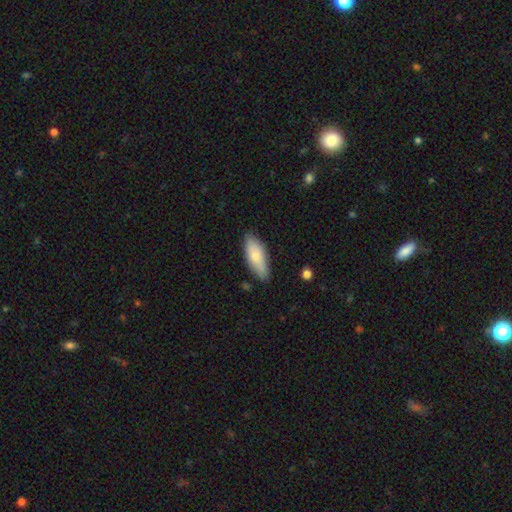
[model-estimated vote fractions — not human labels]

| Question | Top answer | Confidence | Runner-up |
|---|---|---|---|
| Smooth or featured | smooth | 76% | featured or disk (19%) |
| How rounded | in between | 72% | cigar-shaped (25%) |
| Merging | none | 79% | minor disturbance (17%) |